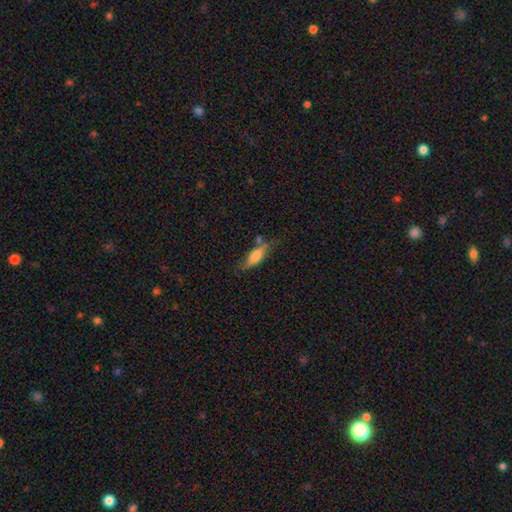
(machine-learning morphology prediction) This appears to be a smooth galaxy with no disk features (70%) that is in between round and cigar-shaped (60%). Merging: none (53%).